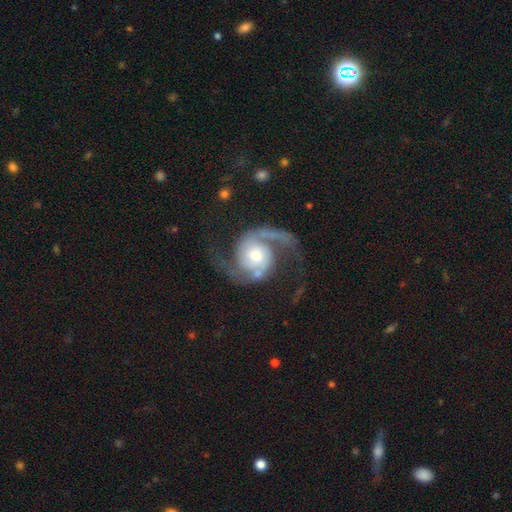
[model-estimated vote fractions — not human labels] smooth-or-featured: featured or disk: 92% | star or artifact: 4% | smooth: 4%
  disk-edge-on: no: 98% | yes: 2%
    bar: no: 65% | weak: 27% | strong: 8%
    has-spiral-arms: yes: 98% | no: 2%
      spiral-winding: medium: 53% | loose: 34% | tight: 13%
      spiral-arm-count: 2: 93% | 3: 2% | 1: 1% | can't tell: 1% | 4: 1% | more than 4: 1%
    bulge-size: moderate: 57% | small: 28% | large: 11% | none: 2% | dominant: 2%
  merging: none: 71% | minor disturbance: 15% | major disturbance: 11% | merger: 3%